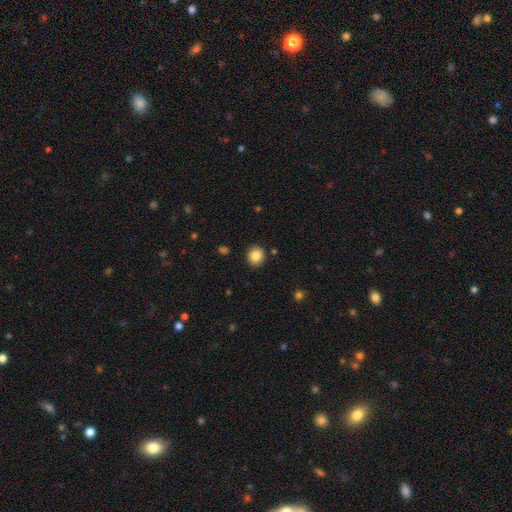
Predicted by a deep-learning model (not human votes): A smooth galaxy with no disk features (85%) that is round (89%).

Vote fractions:
- Smooth or featured? smooth: 85% / star or artifact: 10% / featured or disk: 5%
- How rounded? round: 89% / in between: 10% / cigar-shaped: 1%
- Merging? none: 90% / minor disturbance: 6% / major disturbance: 2% / merger: 2%